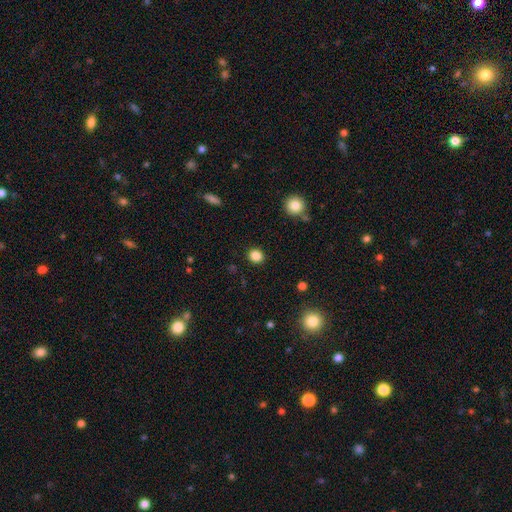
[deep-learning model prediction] This appears to be a smooth galaxy with no disk features (86%) that is round (78%). Merging: none (90%).